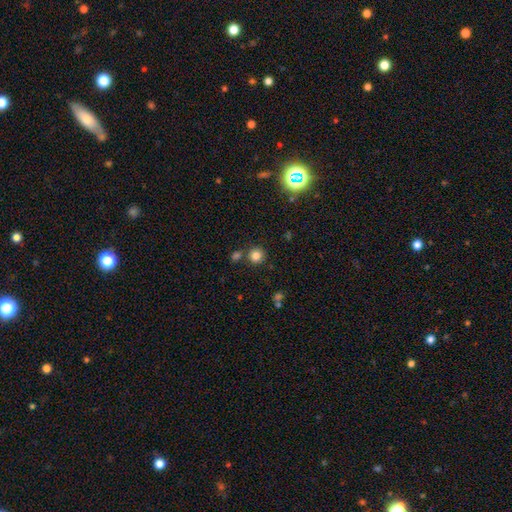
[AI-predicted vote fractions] Q: Smooth or featured?
A: smooth (81%); runner-up: star or artifact (14%)
Q: How rounded?
A: round (92%); runner-up: in between (7%)
Q: Merging?
A: none (78%); runner-up: merger (11%)